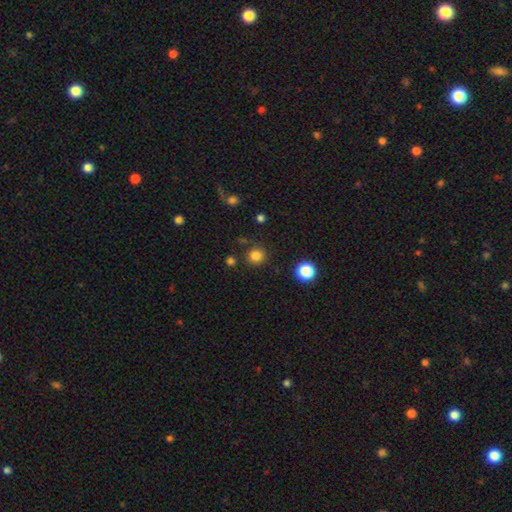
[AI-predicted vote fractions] A smooth galaxy with no disk features (82%) that is round (92%).

Vote fractions:
- Smooth or featured? smooth: 82% / star or artifact: 13% / featured or disk: 4%
- How rounded? round: 92% / in between: 7% / cigar-shaped: 1%
- Merging? none: 86% / minor disturbance: 8% / merger: 4% / major disturbance: 3%